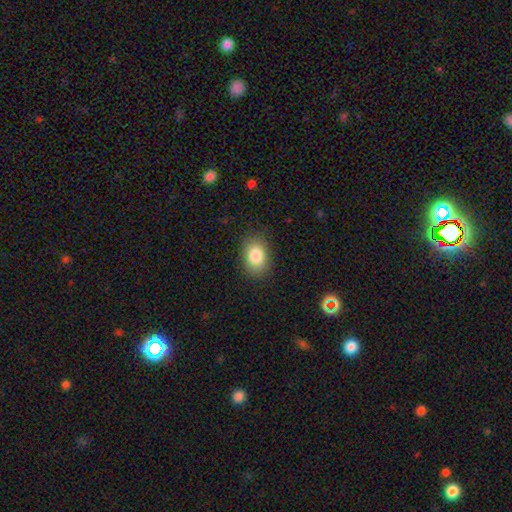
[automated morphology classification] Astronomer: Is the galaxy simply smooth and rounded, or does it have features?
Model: smooth — 85%.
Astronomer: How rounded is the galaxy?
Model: in between — 79%.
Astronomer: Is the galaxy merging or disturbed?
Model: none — 84%.